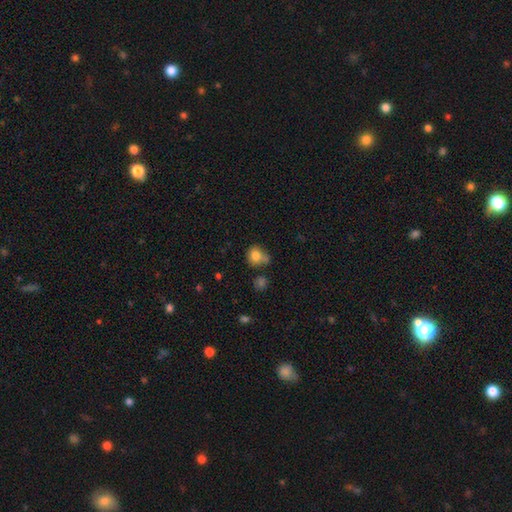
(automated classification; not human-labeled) A smooth galaxy with no disk features (80%) that is round (73%). Merging: none (56%).